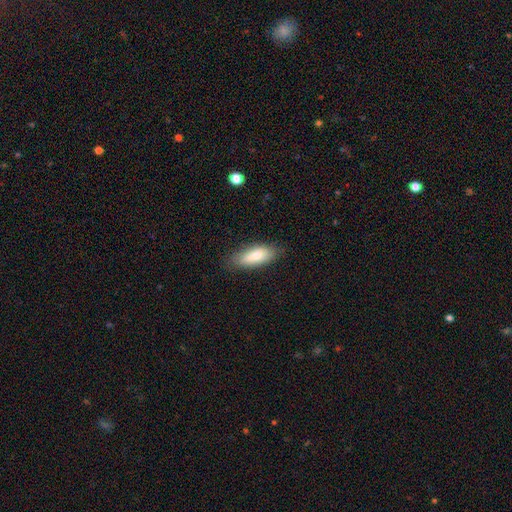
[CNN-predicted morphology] A smooth galaxy with no disk features (81%) that is in between round and cigar-shaped (72%). Merging: none (79%).